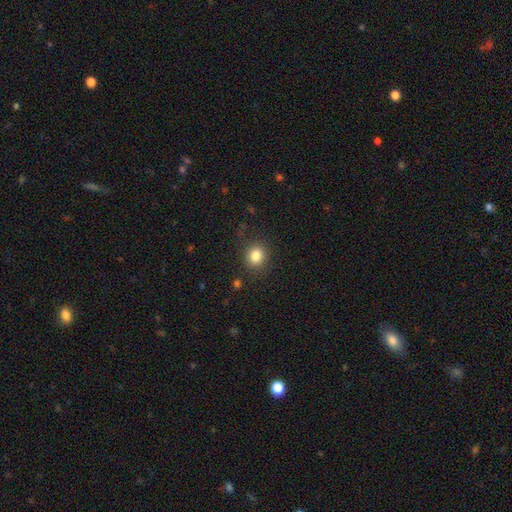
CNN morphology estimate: type=smooth (83%); roundness=round (73%); merging=none (86%).